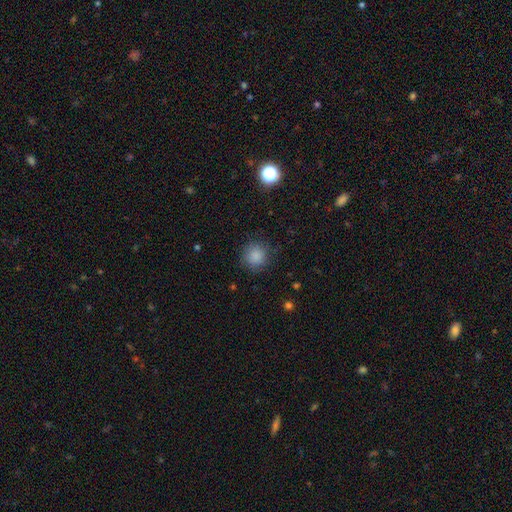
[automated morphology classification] A smooth galaxy with no disk features (86%) that is round (92%). Merging: none (86%).